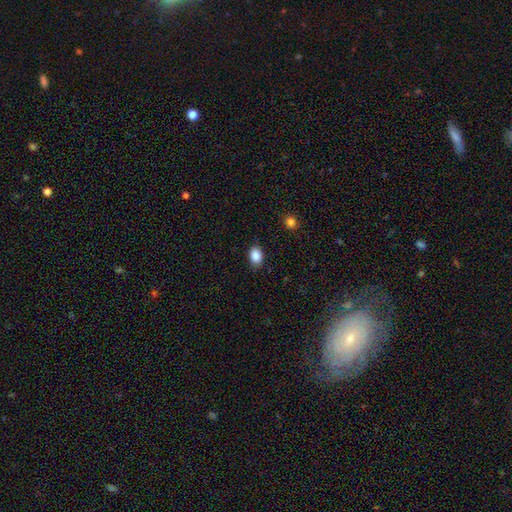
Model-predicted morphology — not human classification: type=smooth (87%); roundness=in between (78%); merging=none (86%).